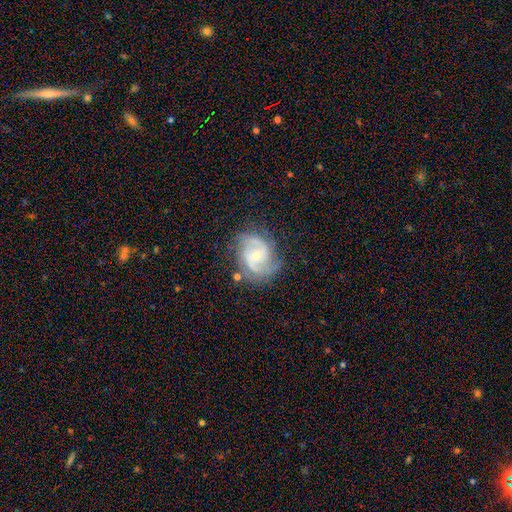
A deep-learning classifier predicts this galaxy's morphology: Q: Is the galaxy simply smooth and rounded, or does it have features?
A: featured or disk — 87%.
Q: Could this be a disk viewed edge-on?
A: no — 98%.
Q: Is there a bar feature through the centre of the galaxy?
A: no — 54%.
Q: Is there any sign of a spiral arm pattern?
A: yes — 97%.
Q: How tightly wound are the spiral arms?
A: medium — 51%.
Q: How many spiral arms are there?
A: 2 — 73%.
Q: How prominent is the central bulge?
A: small — 65%.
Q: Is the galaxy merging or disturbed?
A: none — 74%.